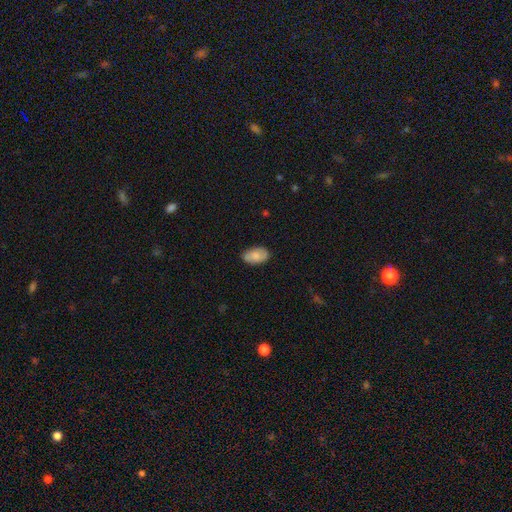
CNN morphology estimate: Overall: smooth (79%). How rounded: in between (93%). Merging: none (79%).